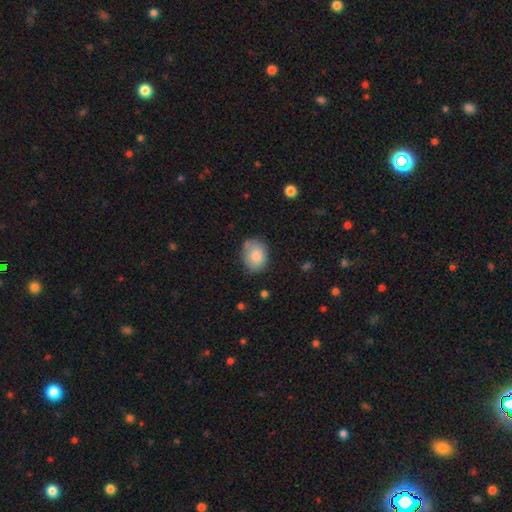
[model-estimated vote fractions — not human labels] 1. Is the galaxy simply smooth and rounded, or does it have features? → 84% smooth, 9% featured or disk, 7% star or artifact.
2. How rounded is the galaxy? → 55% in between, 44% round, 1% cigar-shaped.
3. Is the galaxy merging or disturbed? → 69% none, 22% minor disturbance, 5% major disturbance, 4% merger.